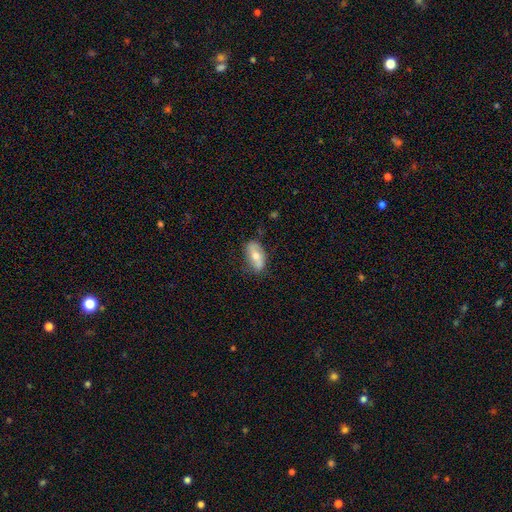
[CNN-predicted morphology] This is possibly a smooth galaxy (55%). How rounded: clearly in between (88%). Merging: likely none (71%).